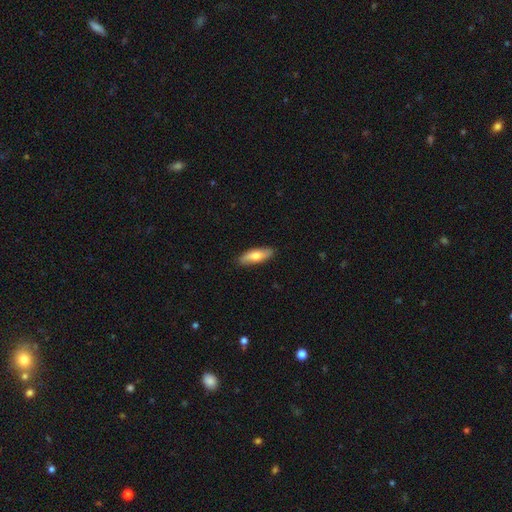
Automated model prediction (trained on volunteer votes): This appears to be a smooth galaxy with no disk features (68%) that is in between round and cigar-shaped (58%). Merging: none (87%).